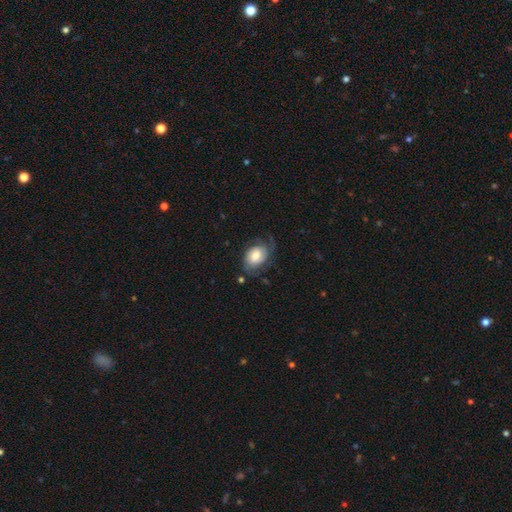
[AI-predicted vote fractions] Q: Smooth or featured?
A: featured or disk (52%); runner-up: smooth (40%)
Q: Edge-on disk?
A: no (96%); runner-up: yes (4%)
Q: Bar?
A: no (71%); runner-up: weak (24%)
Q: Spiral arms?
A: yes (84%); runner-up: no (16%)
Q: Bulge size?
A: moderate (43%); runner-up: large (31%)
Q: Merging?
A: none (53%); runner-up: minor disturbance (26%)